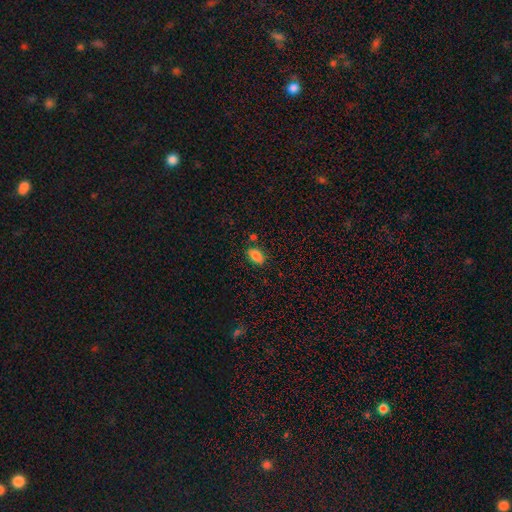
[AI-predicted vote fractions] Smooth or featured?
  - smooth: 86% *
  - star or artifact: 9%
  - featured or disk: 5%
How rounded?
  - in between: 90% *
  - round: 8%
  - cigar-shaped: 3%
Merging?
  - none: 81% *
  - minor disturbance: 12%
  - merger: 5%
  - major disturbance: 3%